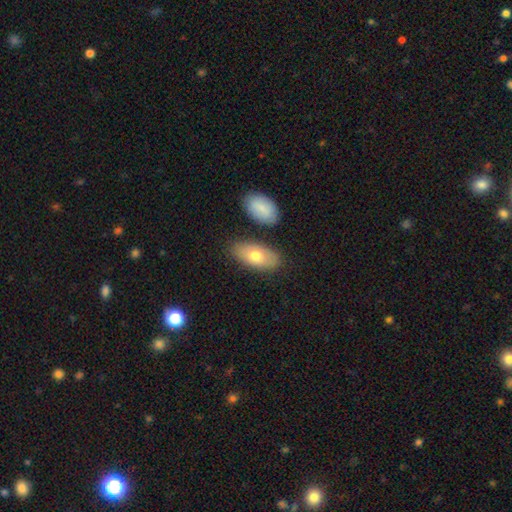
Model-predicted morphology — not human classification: A smooth galaxy with no disk features (73%) that is in between round and cigar-shaped (92%).

Vote fractions:
- Smooth or featured? smooth: 73% / featured or disk: 22% / star or artifact: 6%
- How rounded? in between: 92% / cigar-shaped: 5% / round: 3%
- Merging? none: 78% / minor disturbance: 12% / merger: 7% / major disturbance: 3%